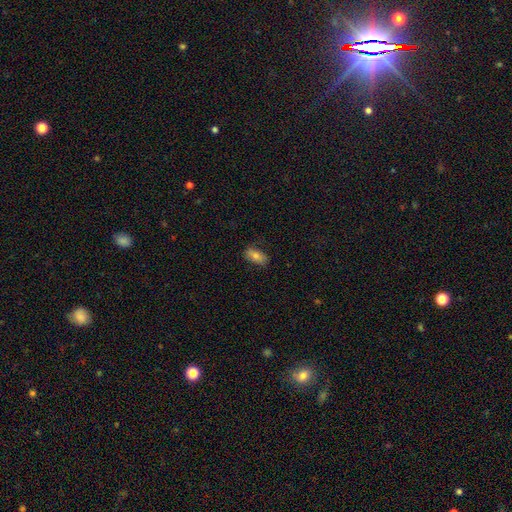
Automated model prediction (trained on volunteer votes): A smooth galaxy with no disk features (74%) that is in between round and cigar-shaped (85%).

Vote fractions:
- Smooth or featured? smooth: 74% / featured or disk: 16% / star or artifact: 9%
- How rounded? in between: 85% / cigar-shaped: 10% / round: 4%
- Merging? none: 78% / minor disturbance: 17% / major disturbance: 4% / merger: 1%